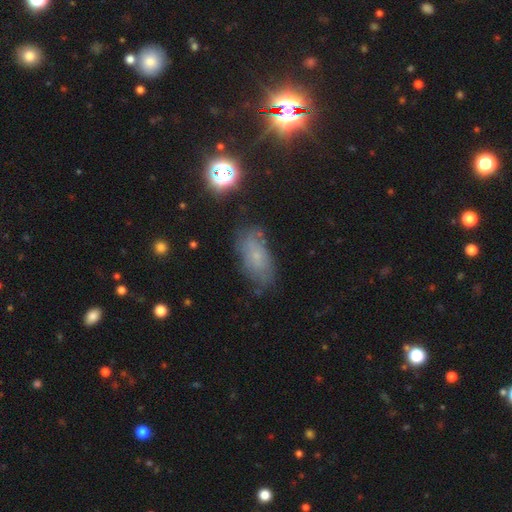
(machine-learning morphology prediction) A smooth galaxy with no disk features (46%). Merging: none (62%).